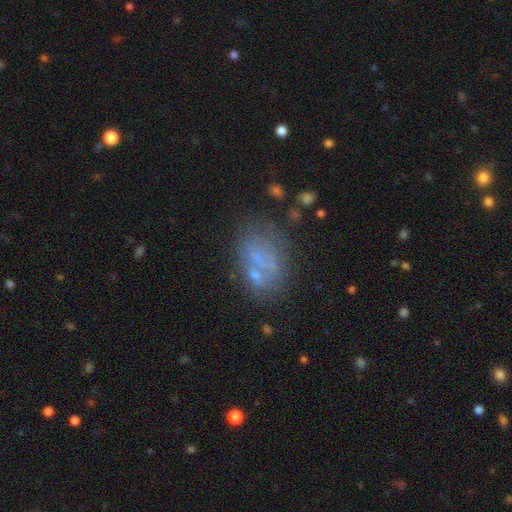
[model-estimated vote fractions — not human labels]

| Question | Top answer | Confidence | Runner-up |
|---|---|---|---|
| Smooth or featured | featured or disk | 44% | smooth (40%) |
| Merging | none | 45% | minor disturbance (20%) |